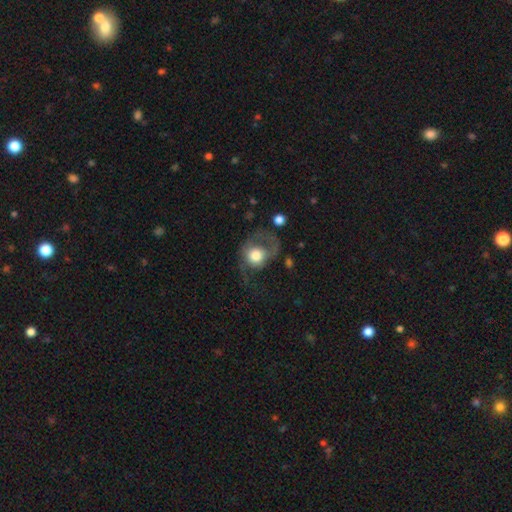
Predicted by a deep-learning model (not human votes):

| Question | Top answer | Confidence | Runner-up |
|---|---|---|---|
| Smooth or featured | smooth | 57% | featured or disk (35%) |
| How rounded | round | 68% | in between (31%) |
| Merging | major disturbance | 51% | none (26%) |